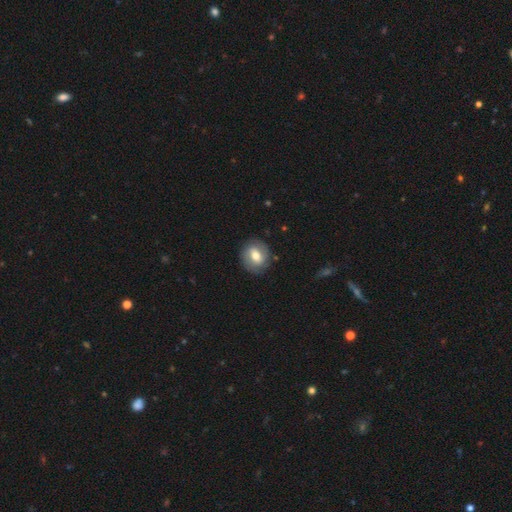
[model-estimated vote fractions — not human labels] Morphology: type=smooth (48%); merging=none (82%).